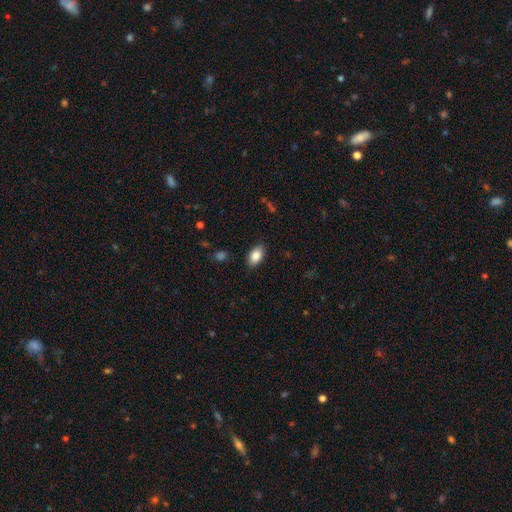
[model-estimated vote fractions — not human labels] Morphology: type=smooth (87%); roundness=in between (91%); merging=none (86%).